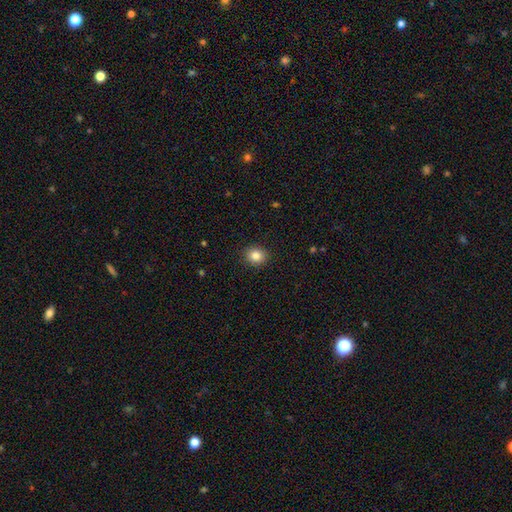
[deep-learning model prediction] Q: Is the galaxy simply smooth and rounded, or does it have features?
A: smooth — 84%.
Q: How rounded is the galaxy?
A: round — 76%.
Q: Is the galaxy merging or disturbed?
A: none — 91%.